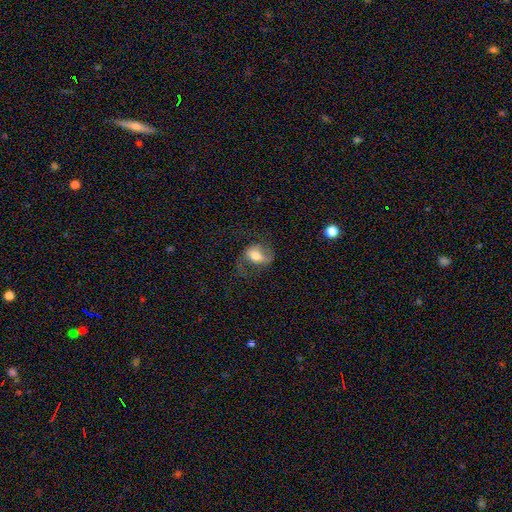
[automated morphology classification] A smooth galaxy with no disk features (53%) that is in between round and cigar-shaped (80%).

Vote fractions:
- Smooth or featured? smooth: 53% / featured or disk: 38% / star or artifact: 8%
- How rounded? in between: 80% / round: 17% / cigar-shaped: 3%
- Merging? none: 52% / major disturbance: 25% / minor disturbance: 22% / merger: 2%